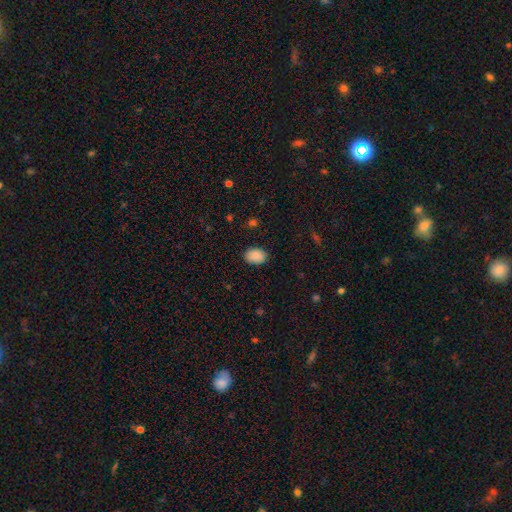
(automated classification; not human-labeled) Morphology: type=smooth (89%); roundness=in between (75%); merging=none (87%).